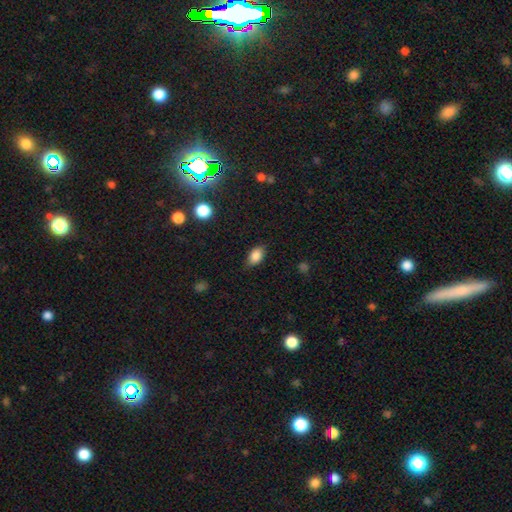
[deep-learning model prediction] Overall: smooth (85%). How rounded: in between (87%). Merging: none (79%).